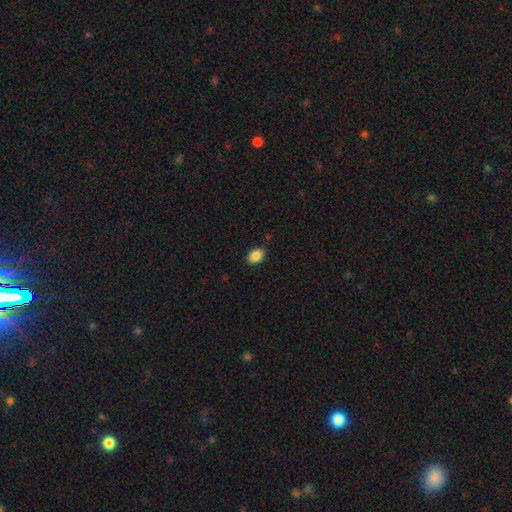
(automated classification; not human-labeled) Smooth or featured?
  - smooth: 88% *
  - star or artifact: 8%
  - featured or disk: 4%
How rounded?
  - in between: 81% *
  - round: 17%
  - cigar-shaped: 1%
Merging?
  - none: 87% *
  - minor disturbance: 10%
  - major disturbance: 2%
  - merger: 1%